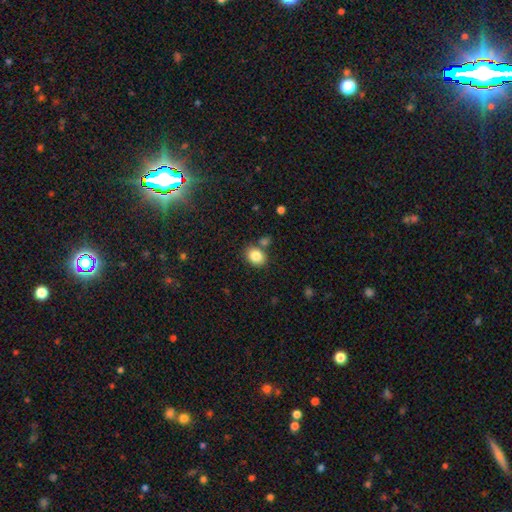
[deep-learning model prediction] Morphology: type=smooth (85%); roundness=round (50%); merging=none (72%).